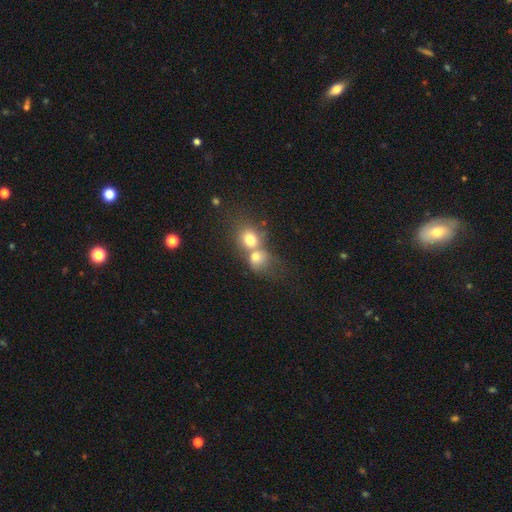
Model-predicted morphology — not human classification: smooth 66%, featured or disk 19%, star or artifact 16%. Down the decision tree: how rounded — round (68%); merging — merger (69%).